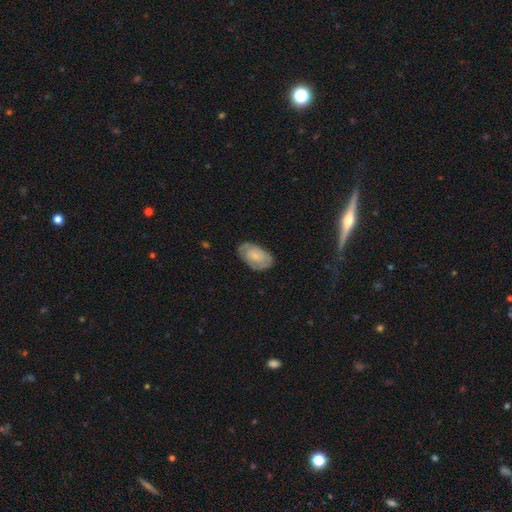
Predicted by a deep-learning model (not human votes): Smooth or featured: smooth — 50% (featured or disk — 43%)
How rounded: in between — 93% (round — 5%)
Merging: none — 75% (minor disturbance — 19%)